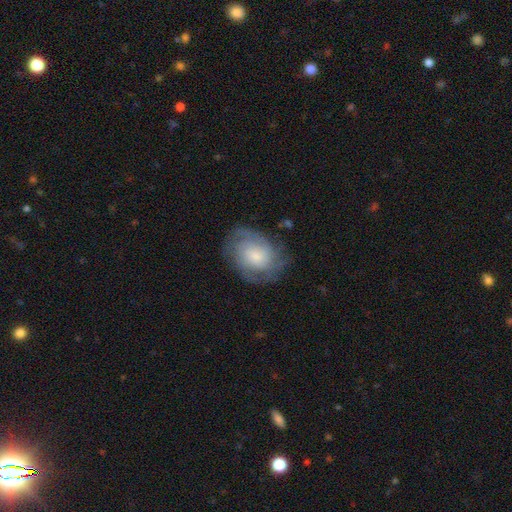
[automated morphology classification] Smooth or featured? featured or disk (66%)
Edge-on disk? no (97%)
Bar? no (73%)
Spiral arms? yes (90%)
Spiral winding? tight (54%)
Spiral arm count? can't tell (38%)
Bulge size? small (44%)
Merging? none (72%)